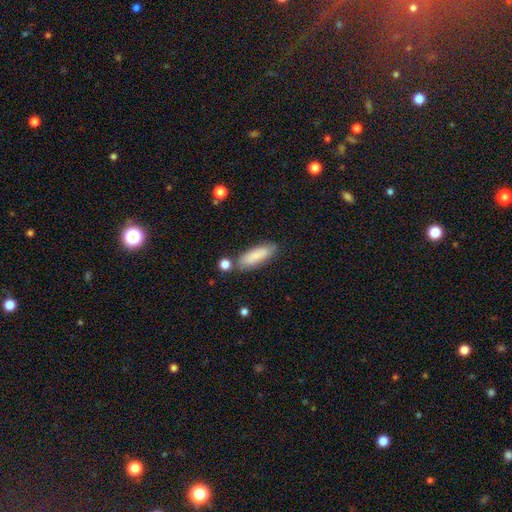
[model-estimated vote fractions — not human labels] smooth_or_featured: smooth (p=0.80) [alt: featured or disk p=0.13]
how_rounded: in between (p=0.56) [alt: cigar-shaped p=0.42]
merging: none (p=0.72) [alt: minor disturbance p=0.16]